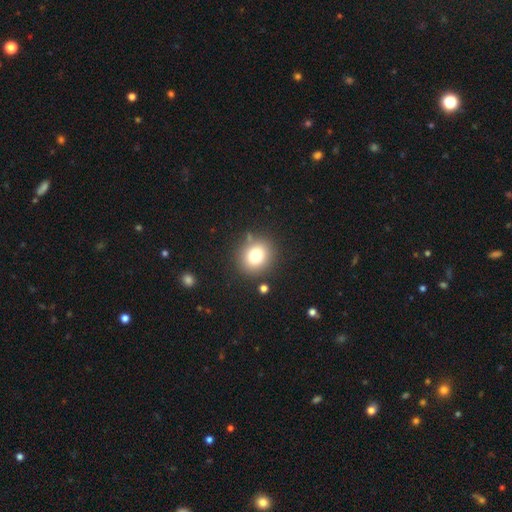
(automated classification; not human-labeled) A smooth galaxy with no disk features (78%) that is round (78%).

Vote fractions:
- Smooth or featured? smooth: 78% / star or artifact: 12% / featured or disk: 10%
- How rounded? round: 78% / in between: 21% / cigar-shaped: 1%
- Merging? none: 85% / minor disturbance: 9% / merger: 4% / major disturbance: 3%